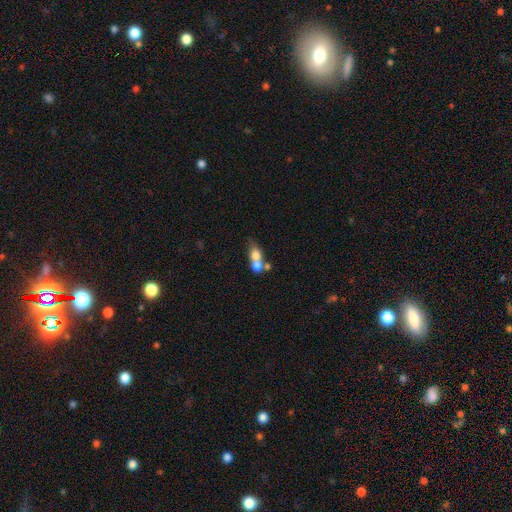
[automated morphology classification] Overall: smooth (67%). How rounded: in between (49%; round 48%). Merging: merger (66%).